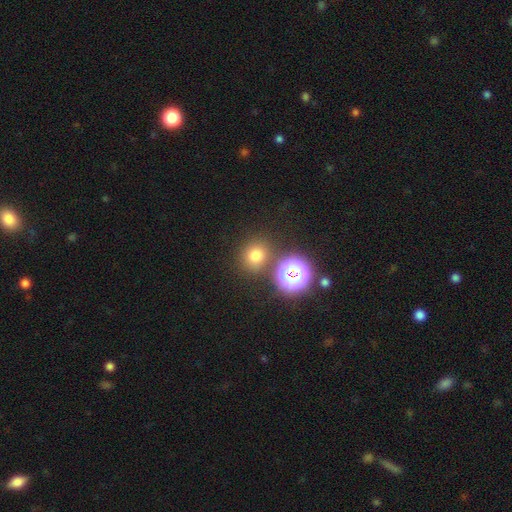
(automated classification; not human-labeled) smooth_or_featured: smooth (p=0.71) [alt: star or artifact p=0.22]
how_rounded: round (p=0.83) [alt: in between p=0.16]
merging: none (p=0.78) [alt: merger p=0.10]